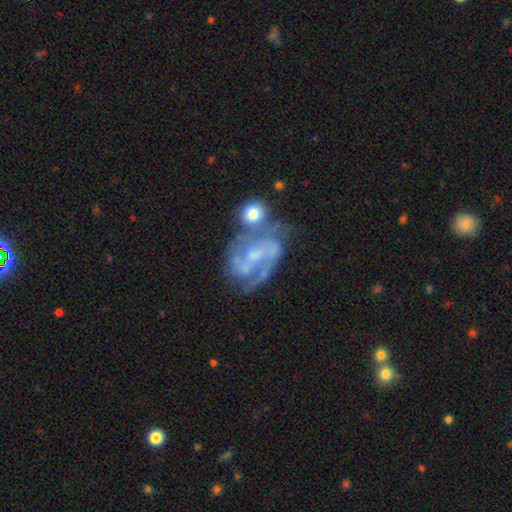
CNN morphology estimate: smooth-or-featured: featured or disk: 85% | smooth: 8% | star or artifact: 7%
  disk-edge-on: no: 97% | yes: 3%
    bar: weak: 45% | no: 34% | strong: 20%
    has-spiral-arms: yes: 94% | no: 6%
      spiral-winding: medium: 51% | tight: 33% | loose: 17%
      spiral-arm-count: 2: 66% | can't tell: 13% | 3: 12% | 1: 4% | 4: 3% | more than 4: 2%
    bulge-size: small: 64% | moderate: 25% | none: 9% | large: 2% | dominant: 1%
  merging: none: 45% | merger: 23% | minor disturbance: 19% | major disturbance: 14%